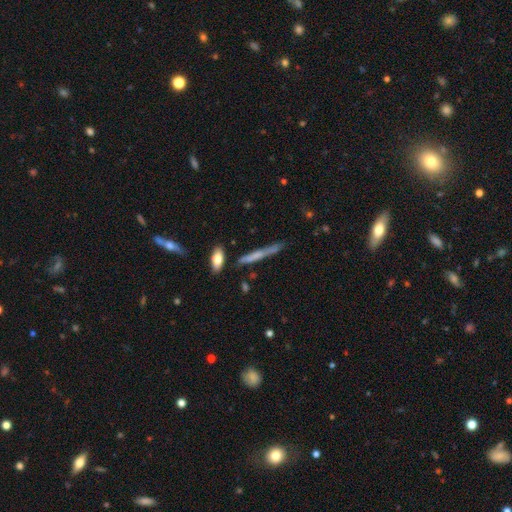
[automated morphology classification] type=smooth (50%); roundness=cigar-shaped (93%); merging=none (71%).